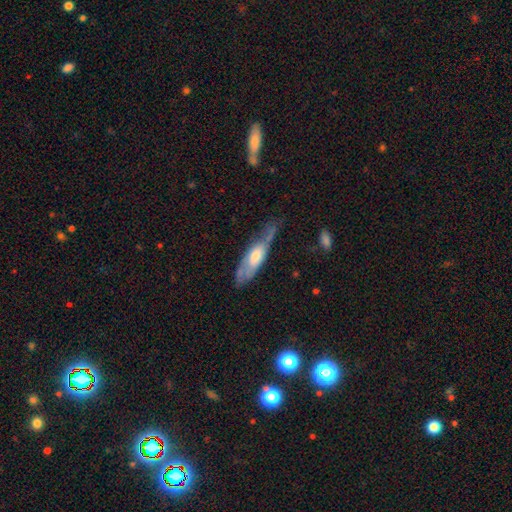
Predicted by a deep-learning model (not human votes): This appears to be a featured or disk galaxy (47%, tied with smooth). Merging: none (39%).